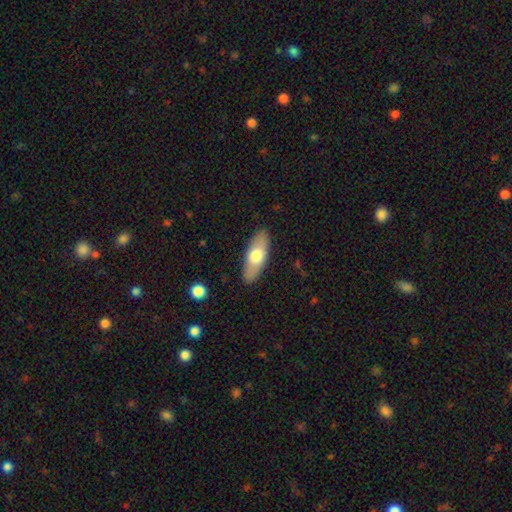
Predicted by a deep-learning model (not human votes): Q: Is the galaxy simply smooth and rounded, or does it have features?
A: smooth — 65%.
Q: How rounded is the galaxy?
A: in between — 71%.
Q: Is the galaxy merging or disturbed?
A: none — 87%.